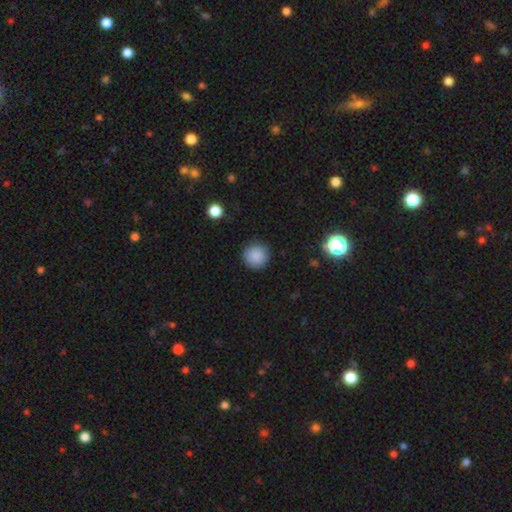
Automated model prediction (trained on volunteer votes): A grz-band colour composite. It shows a smooth galaxy with no disk features (87%) that is round (95%). Merging: none (89%).